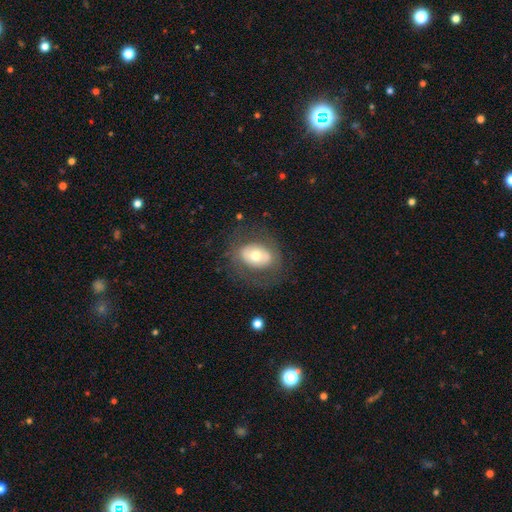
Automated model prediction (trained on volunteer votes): Smooth or featured? smooth (51%)
How rounded? in between (68%)
Merging? none (72%)